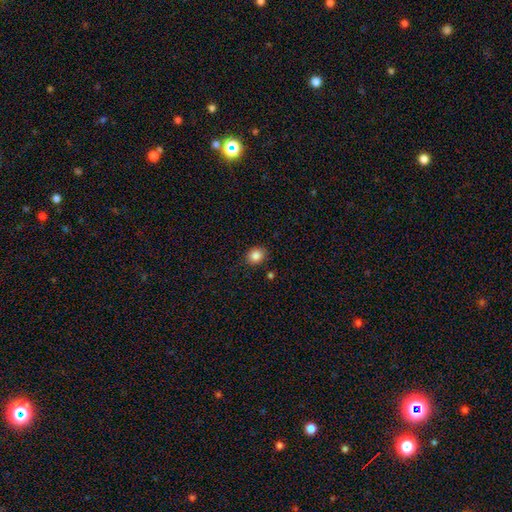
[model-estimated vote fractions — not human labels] smooth_or_featured: smooth (p=0.86) [alt: star or artifact p=0.10]
how_rounded: round (p=0.68) [alt: in between p=0.31]
merging: none (p=0.86) [alt: minor disturbance p=0.10]